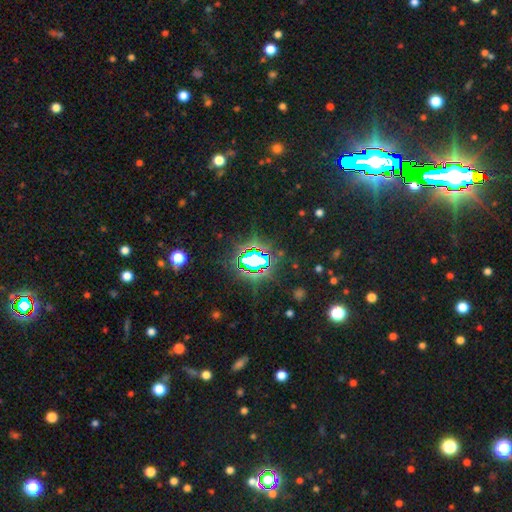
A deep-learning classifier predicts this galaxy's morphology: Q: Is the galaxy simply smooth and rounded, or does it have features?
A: star or artifact — 79%.